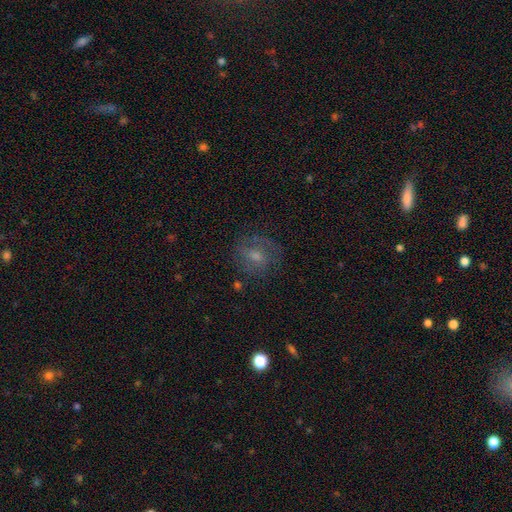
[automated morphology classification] This is possibly a smooth galaxy (45%). Merging: likely none (68%).